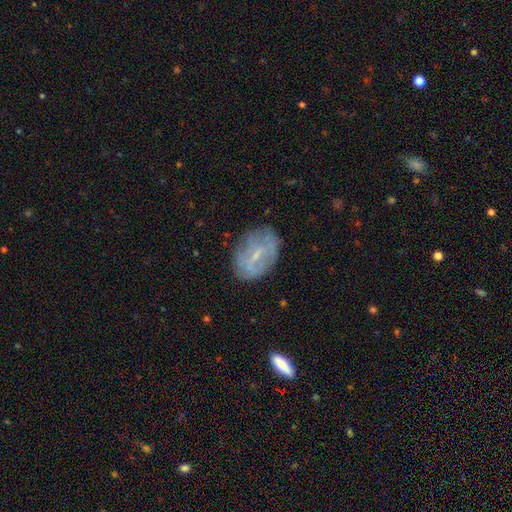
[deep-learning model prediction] Overall: featured or disk (54%; smooth 37%). Edge-on disk: no (94%). Bar: weak (48%; no 34%). Spiral arms: no (58%; yes 42%). Bulge size: small (68%). Merging: none (69%).